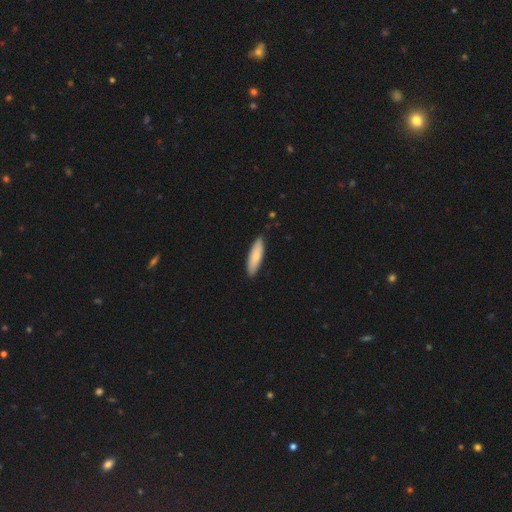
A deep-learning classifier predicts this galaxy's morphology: type=smooth (79%); roundness=cigar-shaped (56%); merging=none (87%).